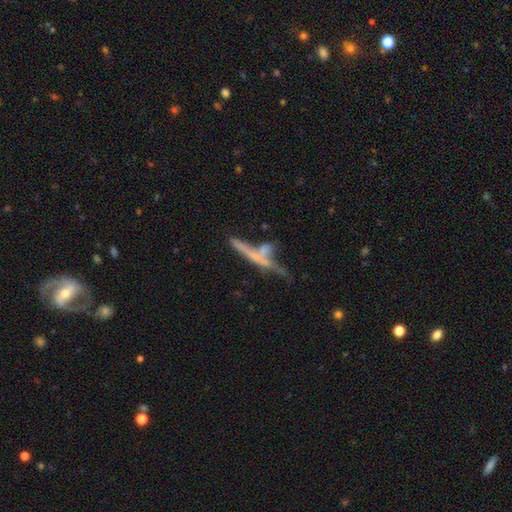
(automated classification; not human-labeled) Smooth or featured? Predicted: featured or disk (p=0.53). Edge-on disk? Predicted: yes (p=0.77). Merging? Predicted: none (p=0.38).